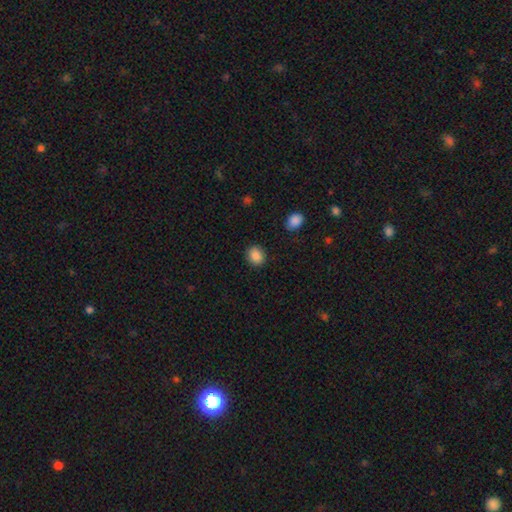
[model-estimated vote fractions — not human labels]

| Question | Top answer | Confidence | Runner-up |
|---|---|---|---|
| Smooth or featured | smooth | 88% | star or artifact (9%) |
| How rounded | round | 58% | in between (41%) |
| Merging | none | 88% | minor disturbance (8%) |